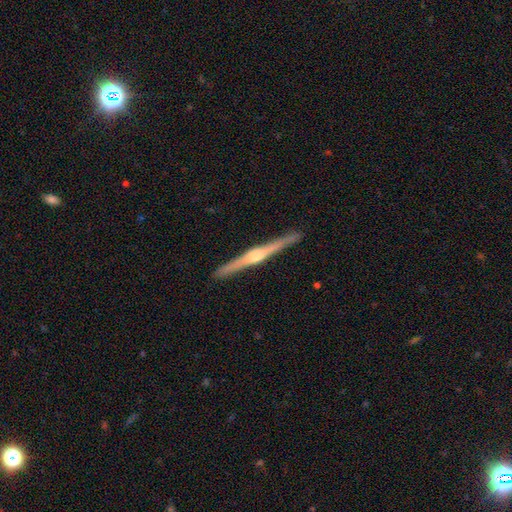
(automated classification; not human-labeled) smooth-or-featured: featured or disk: 82% | smooth: 13% | star or artifact: 5%
  disk-edge-on: yes: 99% | no: 1%
    edge-on-bulge: rounded: 89% | none: 6% | boxy: 5%
  merging: none: 92% | minor disturbance: 5% | major disturbance: 1% | merger: 1%